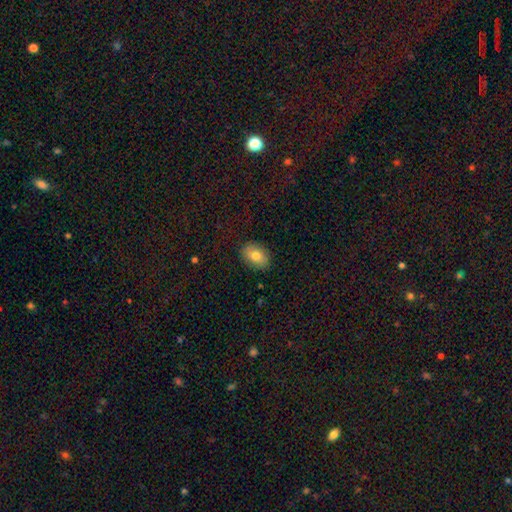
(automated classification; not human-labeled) A smooth galaxy with no disk features (79%) that is in between round and cigar-shaped (79%). Merging: none (88%).